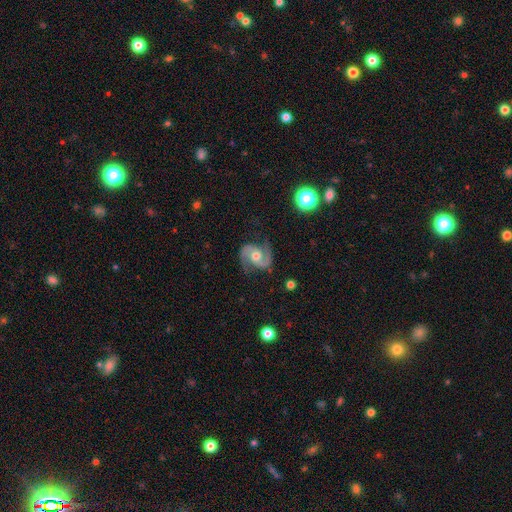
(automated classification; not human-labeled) A featured or disk galaxy (89%) with no bar (59%), 2 (94%) medium (59%) spiral arms (97%) and a moderate central bulge (76%).

Vote fractions:
- Smooth or featured? featured or disk: 89% / smooth: 6% / star or artifact: 5%
- Edge-on disk? no: 98% / yes: 2%
- Bar? no: 59% / weak: 33% / strong: 9%
- Spiral arms? yes: 97% / no: 3%
- Spiral winding? medium: 59% / loose: 22% / tight: 18%
- Spiral arm count? 2: 94% / can't tell: 2% / 1: 1% / 3: 1% / 4: 1% / more than 4: 1%
- Bulge size? moderate: 76% / small: 13% / large: 9% / none: 1% / dominant: 1%
- Merging? none: 79% / minor disturbance: 15% / major disturbance: 5% / merger: 1%